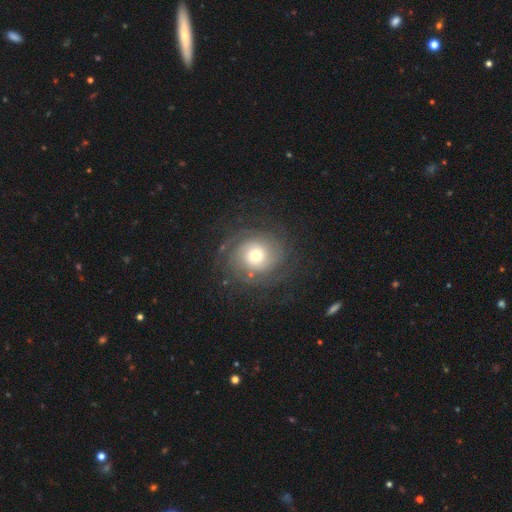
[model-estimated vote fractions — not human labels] The model was most divided on "spiral arm count": can't tell: 34%, 2: 28%, 3: 16%, 4: 9%, more than 4: 7%, 1: 7%. More confident: edge-on disk — no (97%); spiral arms — yes (92%); bar — no (80%); merging — none (77%); smooth or featured — featured or disk (73%); spiral winding — tight (69%); bulge size — moderate (57%).